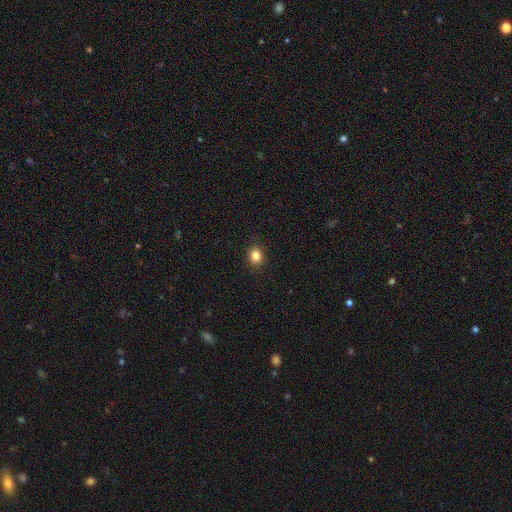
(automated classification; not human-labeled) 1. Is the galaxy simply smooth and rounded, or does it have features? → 84% smooth, 11% star or artifact, 5% featured or disk.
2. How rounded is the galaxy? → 51% round, 48% in between, 1% cigar-shaped.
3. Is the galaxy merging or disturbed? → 89% none, 8% minor disturbance, 2% major disturbance, 1% merger.